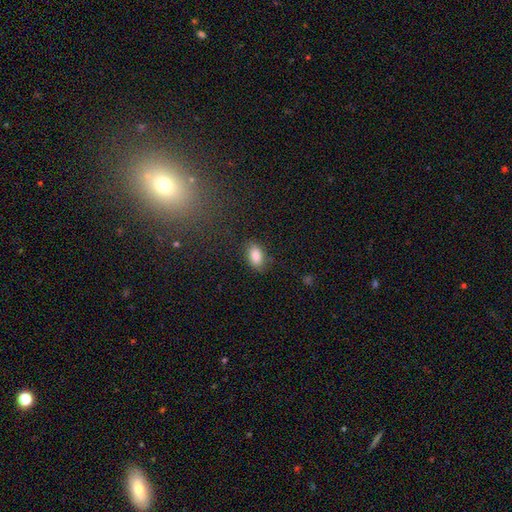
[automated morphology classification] Smooth or featured?
  - smooth: 86% *
  - star or artifact: 8%
  - featured or disk: 6%
How rounded?
  - in between: 90% *
  - round: 8%
  - cigar-shaped: 2%
Merging?
  - none: 82% *
  - minor disturbance: 13%
  - major disturbance: 3%
  - merger: 2%